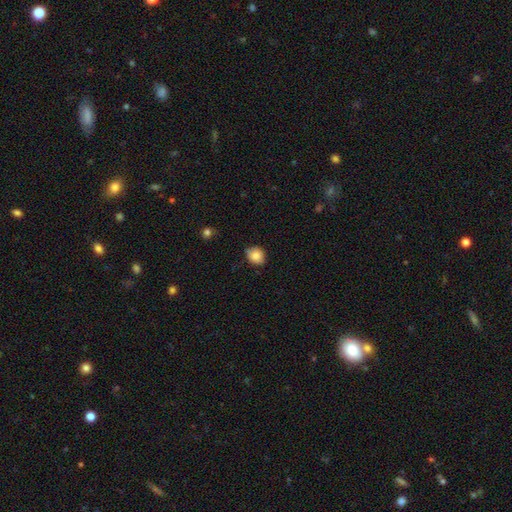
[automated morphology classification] smooth-or-featured: smooth: 84% | star or artifact: 9% | featured or disk: 7%
  how-rounded: round: 64% | in between: 35% | cigar-shaped: 1%
  merging: none: 75% | minor disturbance: 20% | major disturbance: 3% | merger: 2%